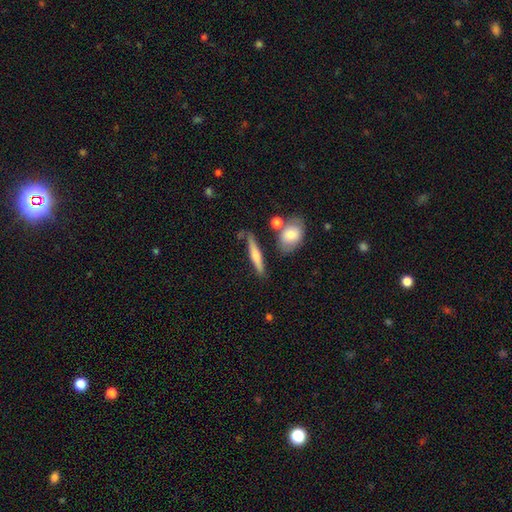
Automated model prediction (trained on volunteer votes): This appears to be a smooth galaxy with no disk features (56%) that is cigar-shaped (83%). Merging: none (67%).